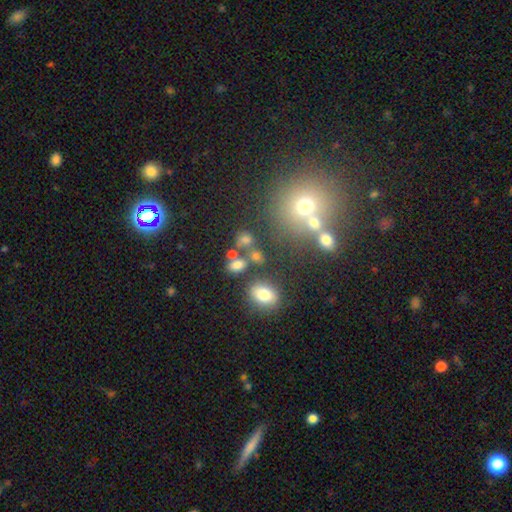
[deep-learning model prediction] Q: Smooth or featured?
A: smooth (53%); runner-up: star or artifact (34%)
Q: How rounded?
A: round (64%); runner-up: in between (34%)
Q: Merging?
A: none (67%); runner-up: merger (17%)